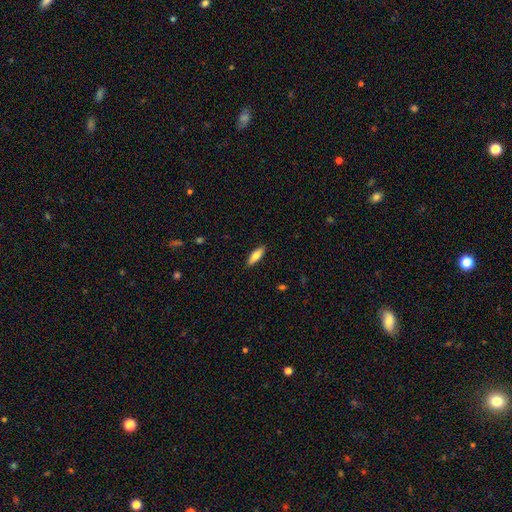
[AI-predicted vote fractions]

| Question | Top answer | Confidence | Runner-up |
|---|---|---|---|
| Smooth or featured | smooth | 76% | featured or disk (18%) |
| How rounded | in between | 60% | cigar-shaped (38%) |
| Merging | none | 90% | minor disturbance (7%) |